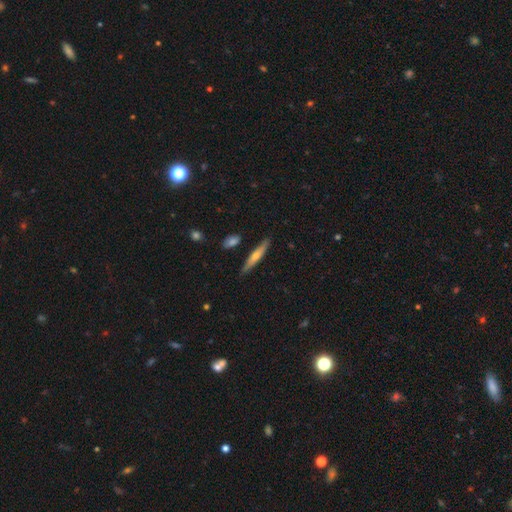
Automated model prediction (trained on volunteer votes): Q: Smooth or featured?
A: smooth (50%); runner-up: featured or disk (44%)
Q: Merging?
A: none (85%); runner-up: minor disturbance (10%)